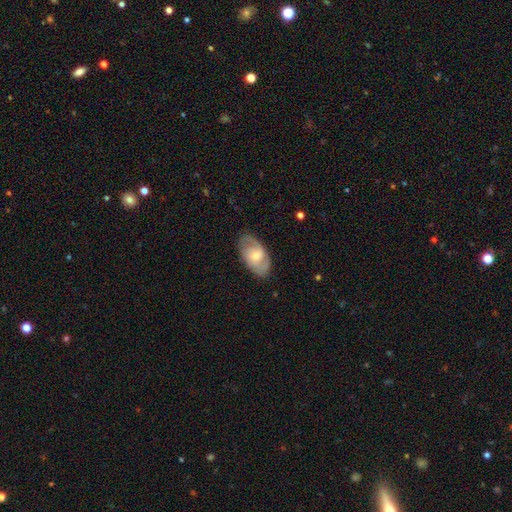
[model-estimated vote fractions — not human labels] Smooth or featured? featured or disk (65%)
Edge-on disk? no (94%)
Bar? no (57%)
Spiral arms? yes (85%)
Spiral winding? medium (46%)
Spiral arm count? 2 (72%)
Bulge size? moderate (50%)
Merging? none (80%)